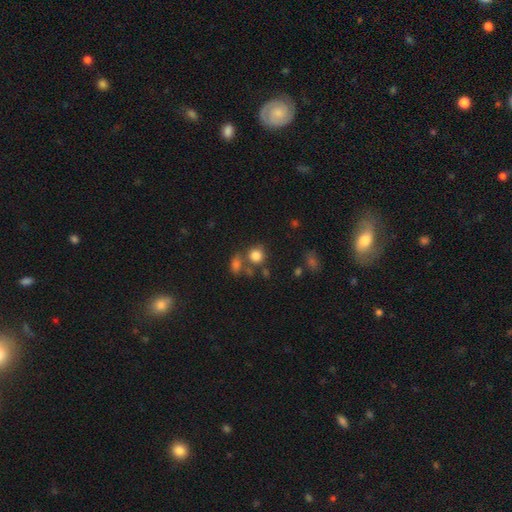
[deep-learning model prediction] A smooth galaxy with no disk features (82%) that is round (82%).

Vote fractions:
- Smooth or featured? smooth: 82% / star or artifact: 12% / featured or disk: 7%
- How rounded? round: 82% / in between: 16% / cigar-shaped: 1%
- Merging? none: 58% / merger: 25% / minor disturbance: 11% / major disturbance: 6%